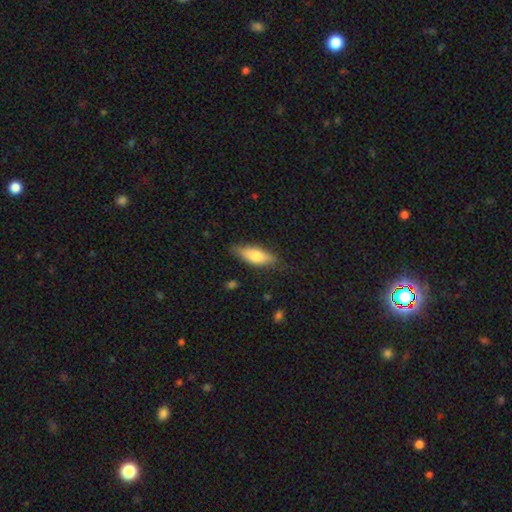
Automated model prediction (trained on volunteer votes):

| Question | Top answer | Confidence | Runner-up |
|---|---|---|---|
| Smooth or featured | smooth | 70% | featured or disk (24%) |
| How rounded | in between | 65% | cigar-shaped (33%) |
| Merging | none | 79% | minor disturbance (17%) |